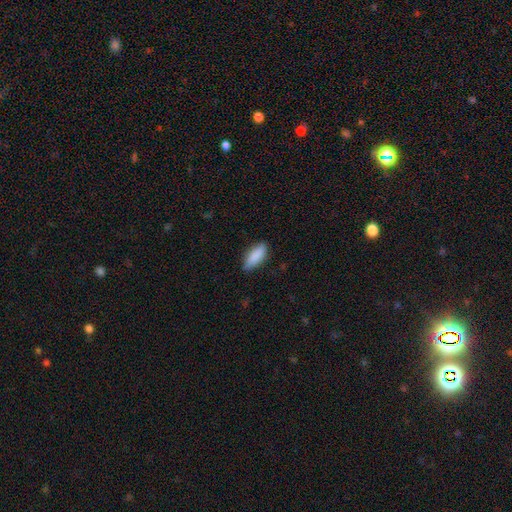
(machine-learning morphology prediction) A smooth galaxy with no disk features (87%) that is in between round and cigar-shaped (71%). Merging: none (82%).